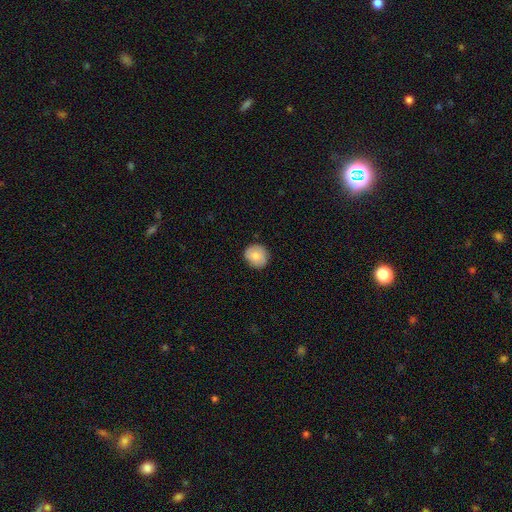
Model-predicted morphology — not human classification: Smooth or featured? Predicted: smooth (p=0.76). How rounded? Predicted: round (p=0.84). Merging? Predicted: none (p=0.84).